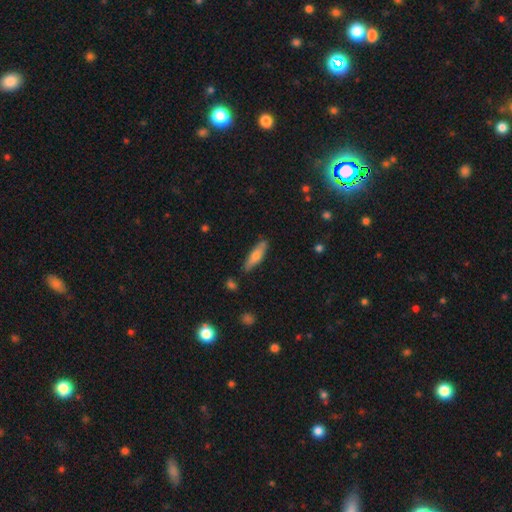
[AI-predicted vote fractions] smooth 62%, featured or disk 31%, star or artifact 7%. Down the decision tree: how rounded — cigar-shaped (69%); merging — none (83%).